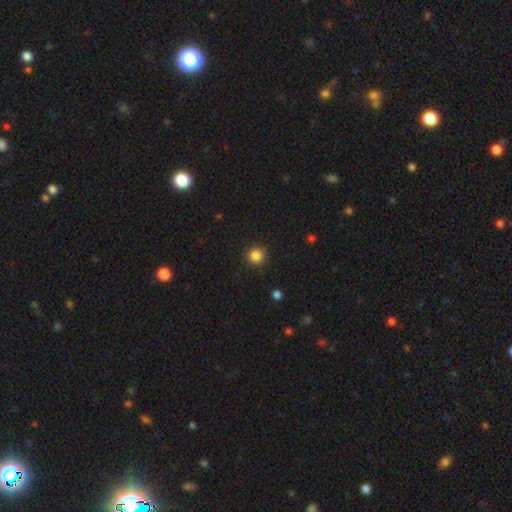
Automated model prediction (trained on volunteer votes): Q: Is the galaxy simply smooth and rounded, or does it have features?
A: smooth — 85%.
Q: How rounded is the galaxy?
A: round — 94%.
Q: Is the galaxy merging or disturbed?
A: none — 90%.